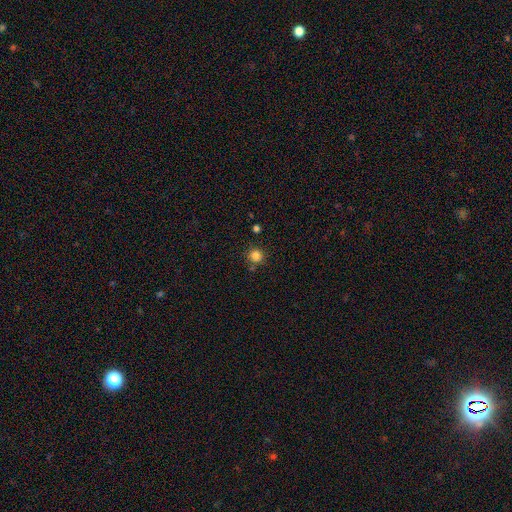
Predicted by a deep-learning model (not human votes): Smooth or featured: smooth — 83% (star or artifact — 13%)
How rounded: round — 94% (in between — 5%)
Merging: none — 82% (minor disturbance — 9%)